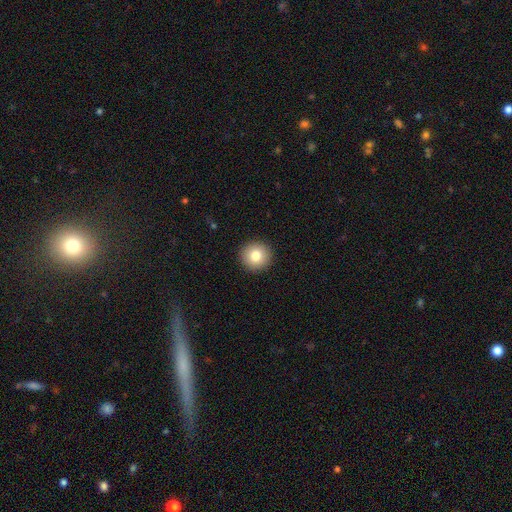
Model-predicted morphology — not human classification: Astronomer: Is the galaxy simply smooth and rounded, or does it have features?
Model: smooth — 82%.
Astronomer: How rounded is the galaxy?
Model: round — 94%.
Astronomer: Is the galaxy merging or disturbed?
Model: none — 93%.